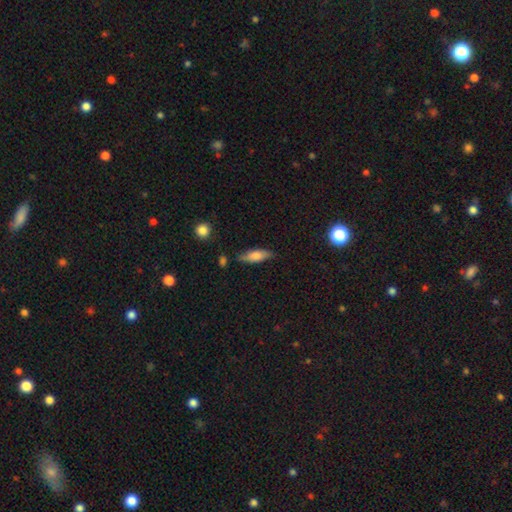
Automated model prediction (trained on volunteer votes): Smooth or featured?
  - smooth: 69% *
  - featured or disk: 24%
  - star or artifact: 7%
How rounded?
  - in between: 63% *
  - cigar-shaped: 34%
  - round: 3%
Merging?
  - none: 72% *
  - minor disturbance: 20%
  - major disturbance: 4%
  - merger: 3%